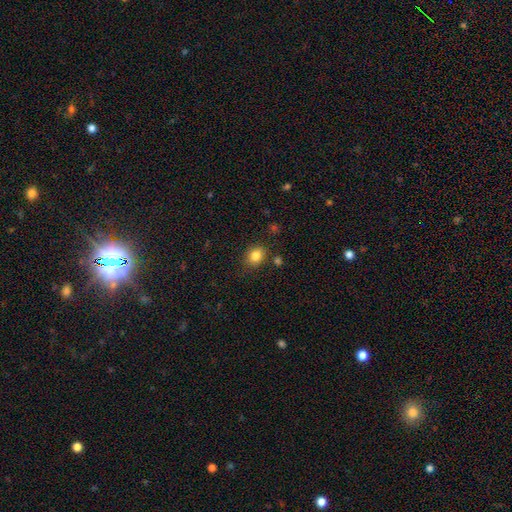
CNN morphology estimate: smooth 83%, star or artifact 11%, featured or disk 6%. Down the decision tree: how rounded — round (58%); merging — none (81%).